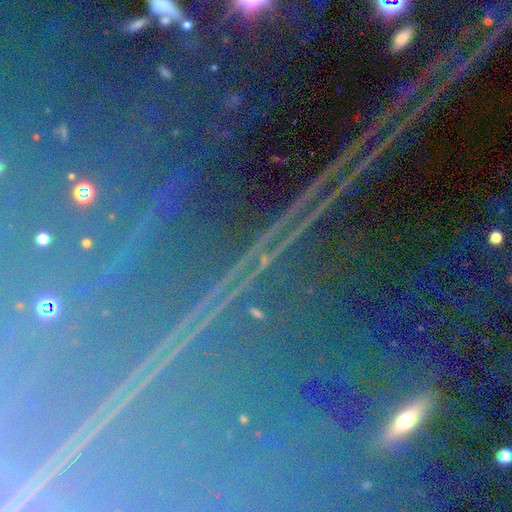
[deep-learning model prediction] smooth_or_featured: star or artifact (p=0.89) [alt: featured or disk p=0.06]